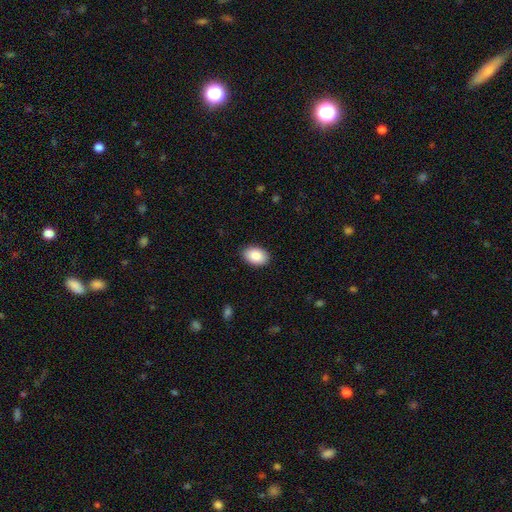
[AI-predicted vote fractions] Morphology: type=smooth (88%); roundness=in between (89%); merging=none (89%).